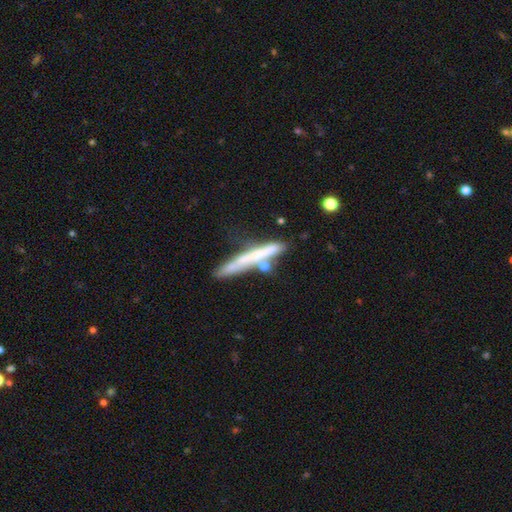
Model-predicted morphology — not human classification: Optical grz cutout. It shows a featured or disk galaxy (46%, tied with smooth). Merging: none (60%).